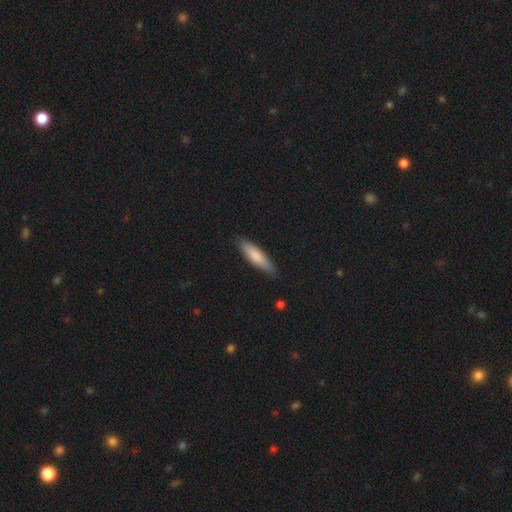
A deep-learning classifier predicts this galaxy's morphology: smooth_or_featured: smooth (p=0.81) [alt: featured or disk p=0.14]
how_rounded: cigar-shaped (p=0.68) [alt: in between p=0.31]
merging: none (p=0.85) [alt: minor disturbance p=0.12]